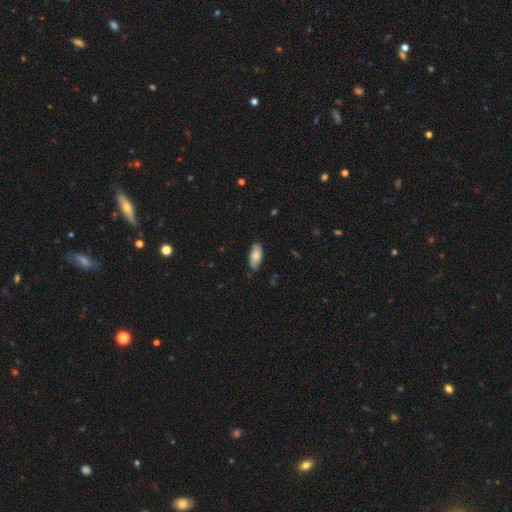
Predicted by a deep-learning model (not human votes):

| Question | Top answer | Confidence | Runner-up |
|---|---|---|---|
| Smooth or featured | smooth | 76% | featured or disk (18%) |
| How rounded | in between | 88% | cigar-shaped (10%) |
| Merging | none | 80% | minor disturbance (16%) |